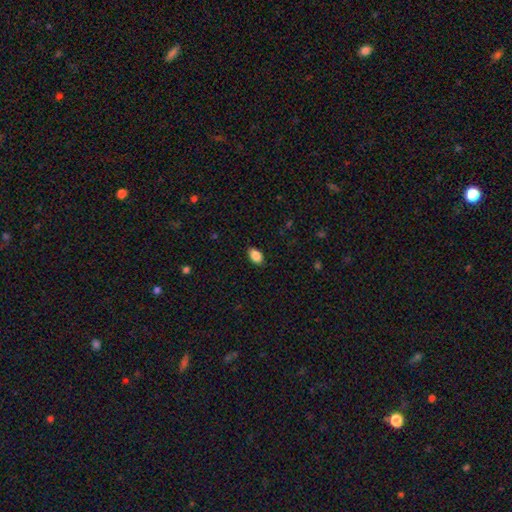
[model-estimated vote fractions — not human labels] This is clearly a smooth galaxy (88%). How rounded: clearly in between (90%). Merging: clearly none (88%).